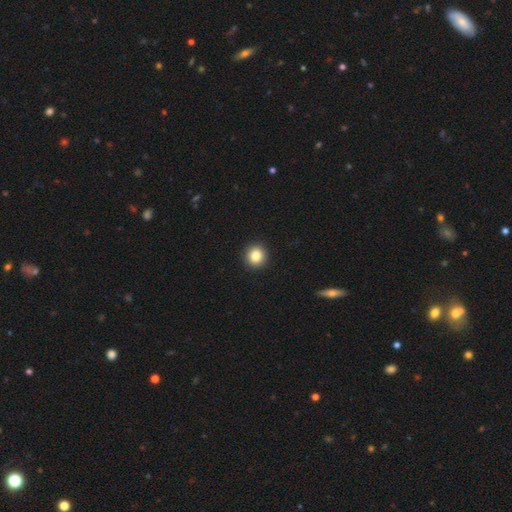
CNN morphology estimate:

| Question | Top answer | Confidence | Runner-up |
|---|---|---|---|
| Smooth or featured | smooth | 86% | star or artifact (10%) |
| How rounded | round | 91% | in between (8%) |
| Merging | none | 92% | minor disturbance (5%) |